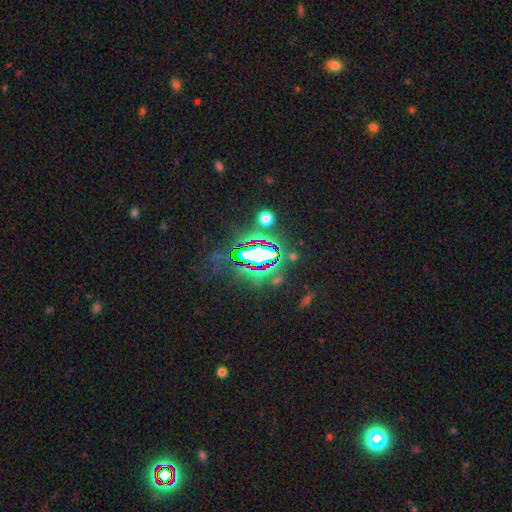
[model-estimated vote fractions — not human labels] Overall: star or artifact (72%).